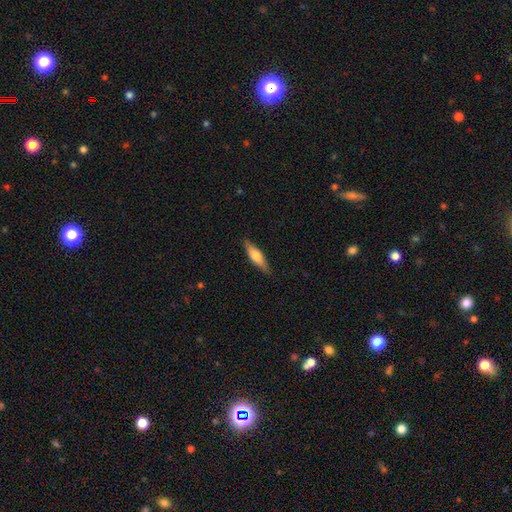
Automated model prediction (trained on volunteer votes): Overall: smooth (51%; featured or disk 43%). How rounded: cigar-shaped (65%; in between 32%). Merging: none (87%).